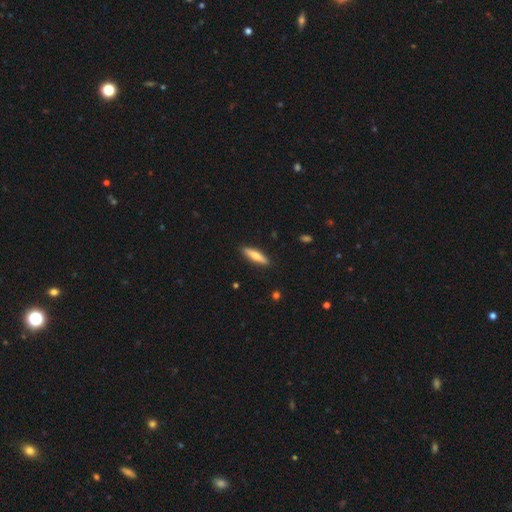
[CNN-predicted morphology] type=smooth (62%); roundness=cigar-shaped (75%); merging=none (90%).